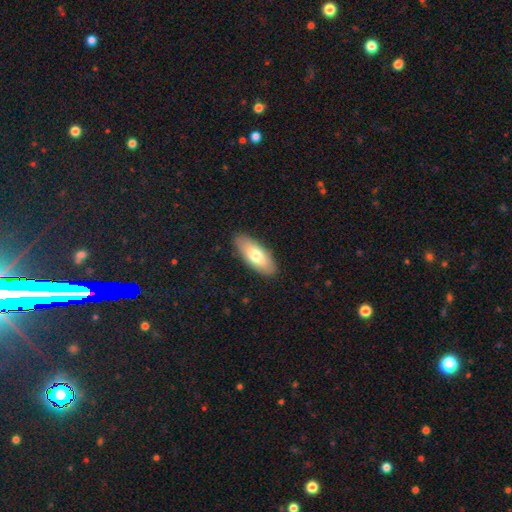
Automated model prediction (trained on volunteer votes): A smooth galaxy with no disk features (72%) that is in between round and cigar-shaped (81%). Merging: none (88%).